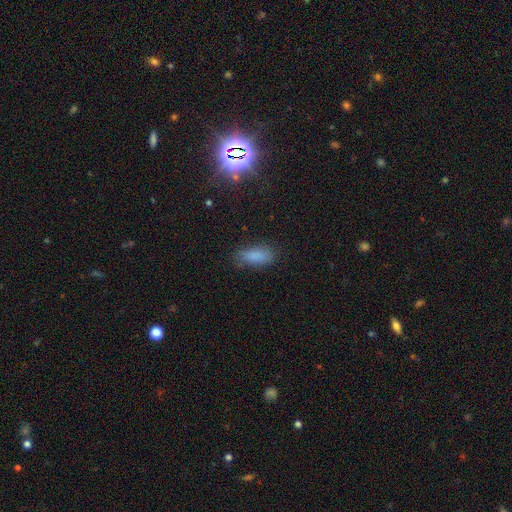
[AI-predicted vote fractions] Q: Smooth or featured?
A: smooth (81%); runner-up: star or artifact (11%)
Q: How rounded?
A: in between (79%); runner-up: cigar-shaped (18%)
Q: Merging?
A: none (72%); runner-up: minor disturbance (20%)